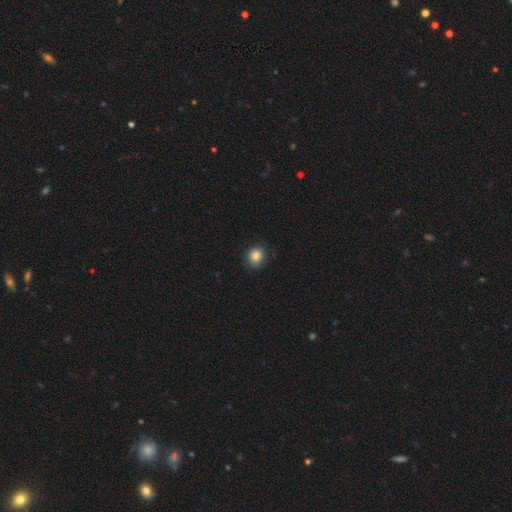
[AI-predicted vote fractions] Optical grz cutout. It shows a smooth galaxy with no disk features (86%) that is round (76%). Merging: none (84%).